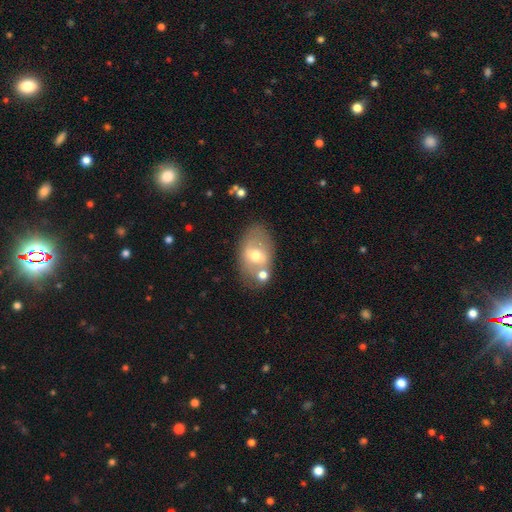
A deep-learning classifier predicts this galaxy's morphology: Overall: smooth (51%; featured or disk 41%). How rounded: in between (86%). Merging: none (63%).